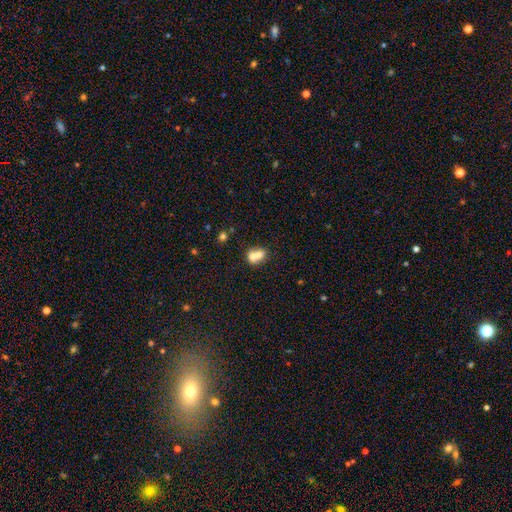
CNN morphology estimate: A smooth galaxy with no disk features (67%) that is round (53%).

Vote fractions:
- Smooth or featured? smooth: 67% / featured or disk: 23% / star or artifact: 10%
- How rounded? round: 53% / in between: 46% / cigar-shaped: 1%
- Merging? merger: 68% / none: 22% / minor disturbance: 7% / major disturbance: 3%